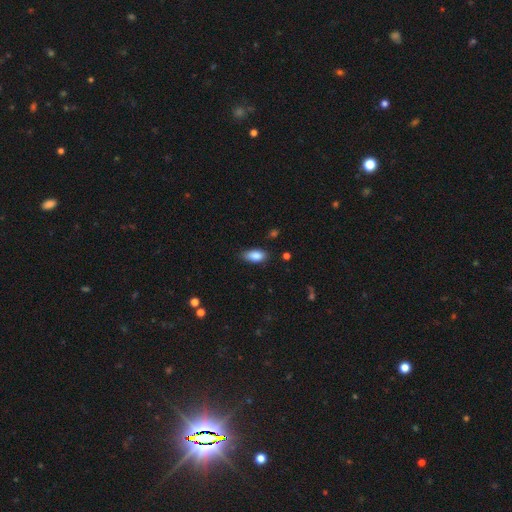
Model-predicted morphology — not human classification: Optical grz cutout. It shows a smooth galaxy with no disk features (87%) that is in between round and cigar-shaped (90%). Merging: none (76%).